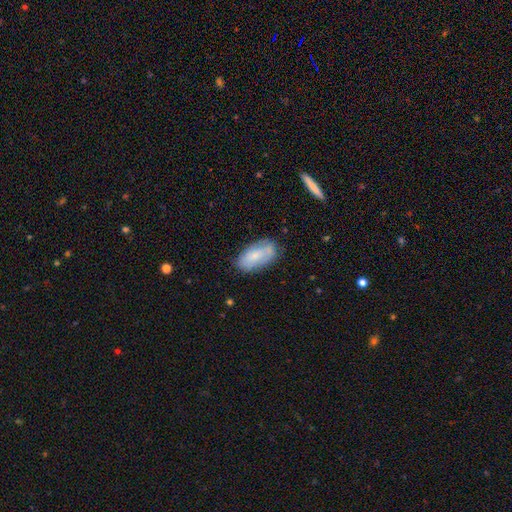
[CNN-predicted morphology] smooth_or_featured: smooth (p=0.66) [alt: featured or disk p=0.27]
how_rounded: in between (p=0.92) [alt: cigar-shaped p=0.05]
merging: none (p=0.72) [alt: minor disturbance p=0.21]